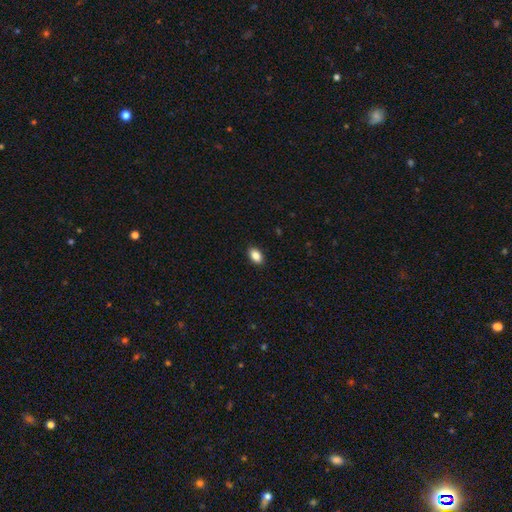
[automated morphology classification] A smooth galaxy with no disk features (87%) that is in between round and cigar-shaped (89%). Merging: none (90%).